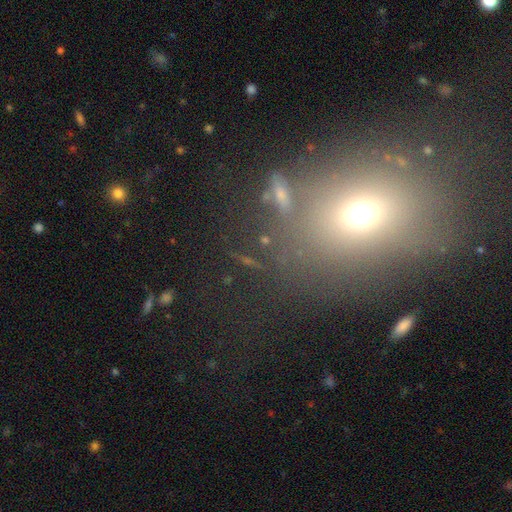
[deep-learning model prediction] Smooth or featured?
  - smooth: 54% *
  - star or artifact: 30%
  - featured or disk: 16%
How rounded?
  - in between: 49% * (tied)
  - round: 49% * (tied)
  - cigar-shaped: 2%
Merging?
  - none: 70% *
  - minor disturbance: 13%
  - major disturbance: 9%
  - merger: 7%